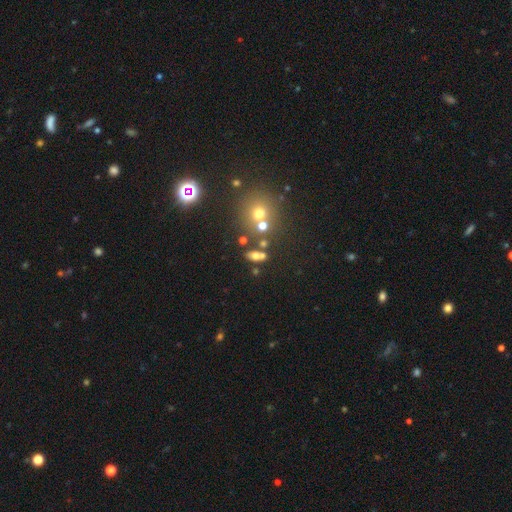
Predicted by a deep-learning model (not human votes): smooth-or-featured: smooth: 60% | featured or disk: 21% | star or artifact: 19%
  how-rounded: in between: 71% | round: 21% | cigar-shaped: 8%
  merging: none: 54% | merger: 27% | minor disturbance: 13% | major disturbance: 6%